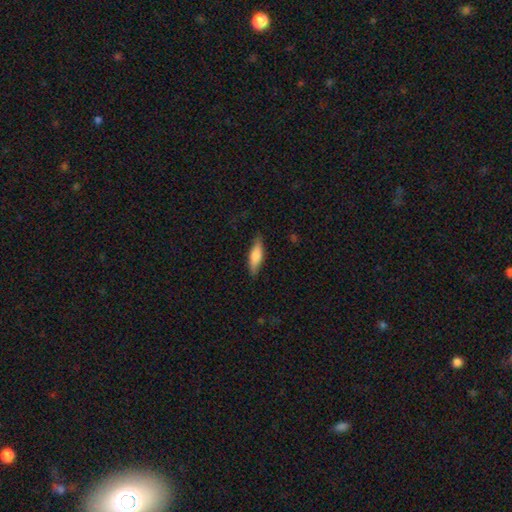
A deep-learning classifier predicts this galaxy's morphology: This appears to be a smooth galaxy with no disk features (73%) that is cigar-shaped (53%). Merging: none (83%).